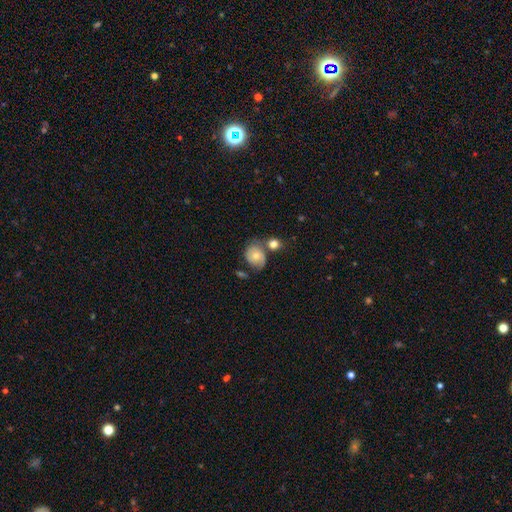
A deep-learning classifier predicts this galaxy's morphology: Overall: featured or disk (48%; smooth 43%). Merging: none (45%; minor disturbance 22%).